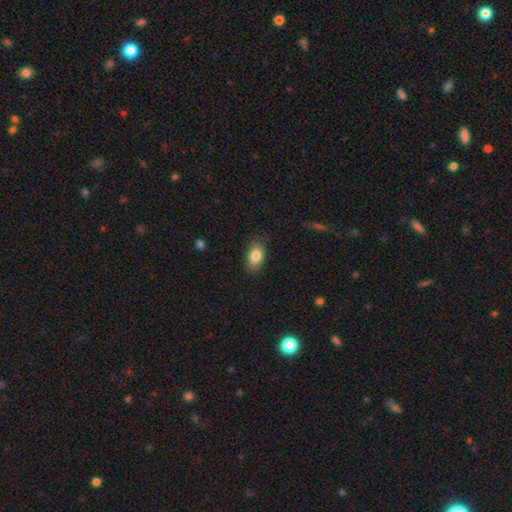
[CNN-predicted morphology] Smooth or featured? smooth (83%)
How rounded? in between (88%)
Merging? none (81%)